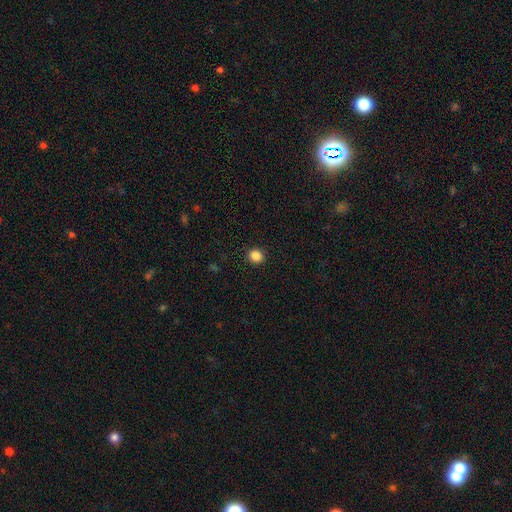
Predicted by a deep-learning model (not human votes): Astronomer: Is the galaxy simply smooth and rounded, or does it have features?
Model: smooth — 87%.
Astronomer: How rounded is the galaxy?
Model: round — 74%.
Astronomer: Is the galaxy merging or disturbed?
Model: none — 92%.